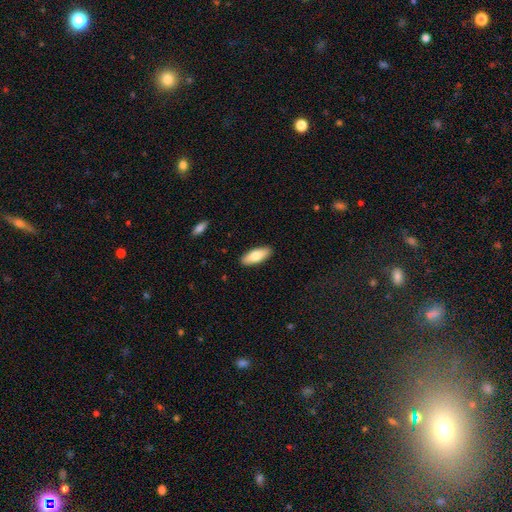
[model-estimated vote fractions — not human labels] smooth_or_featured: smooth (p=0.75) [alt: featured or disk p=0.20]
how_rounded: in between (p=0.72) [alt: cigar-shaped p=0.26]
merging: none (p=0.90) [alt: minor disturbance p=0.07]